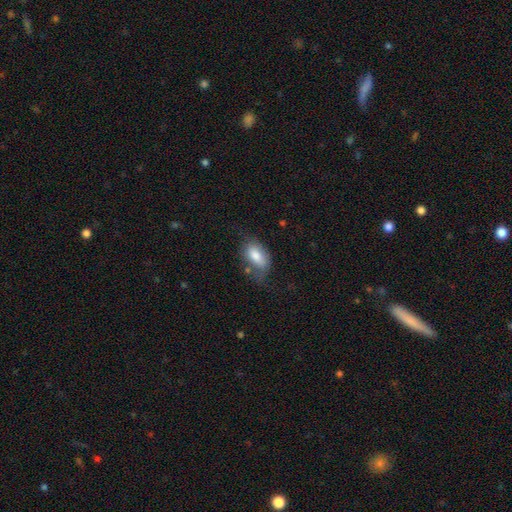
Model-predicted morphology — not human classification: Q: Smooth or featured?
A: smooth (78%); runner-up: featured or disk (15%)
Q: How rounded?
A: in between (92%); runner-up: round (5%)
Q: Merging?
A: none (47%); runner-up: minor disturbance (32%)